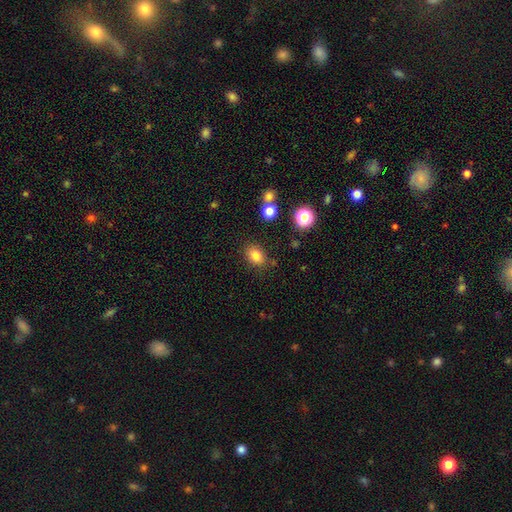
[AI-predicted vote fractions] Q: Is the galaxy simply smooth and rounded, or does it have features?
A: smooth — 81%.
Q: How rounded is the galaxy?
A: in between — 68%.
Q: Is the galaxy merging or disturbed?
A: none — 82%.